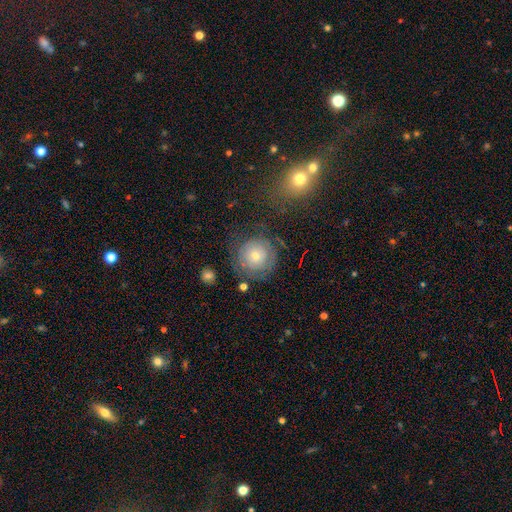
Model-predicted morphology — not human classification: A smooth galaxy with no disk features (47%). Merging: none (74%).